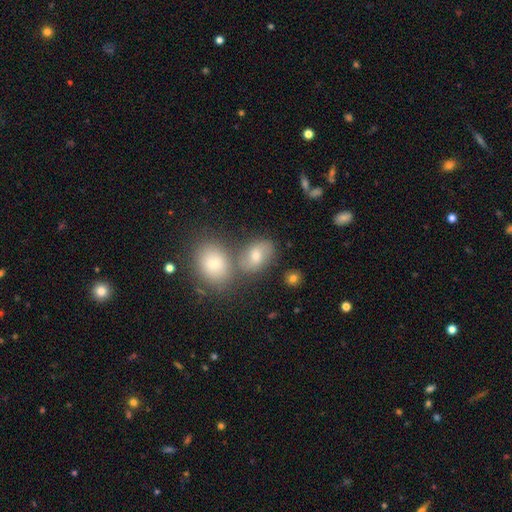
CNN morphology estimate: Smooth or featured: smooth — 71% (featured or disk — 17%)
How rounded: in between — 76% (round — 22%)
Merging: none — 55% (merger — 27%)